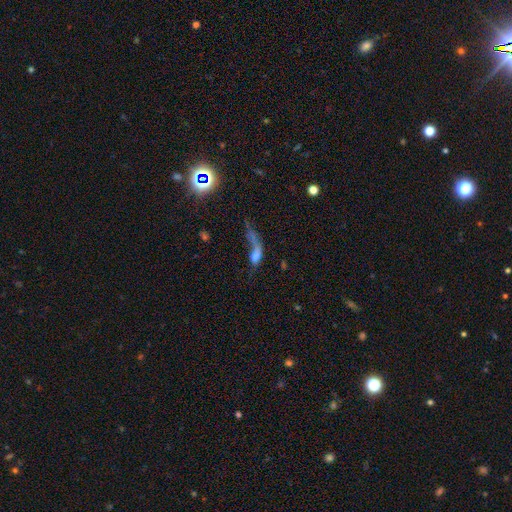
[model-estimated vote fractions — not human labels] Smooth or featured: smooth — 49% (featured or disk — 36%)
Merging: major disturbance — 48% (merger — 25%)